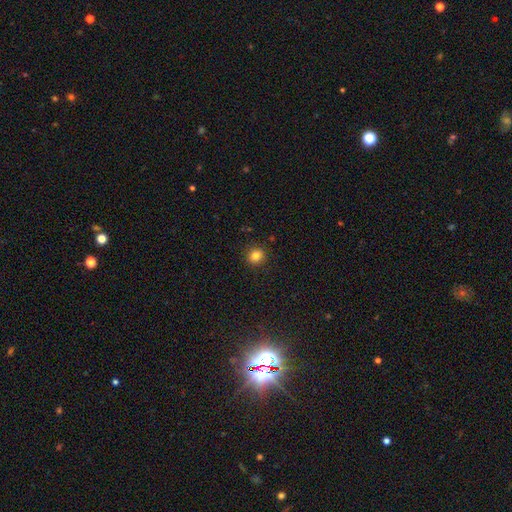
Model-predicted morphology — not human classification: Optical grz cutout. It shows a smooth galaxy with no disk features (82%) that is round (86%). Merging: none (91%).